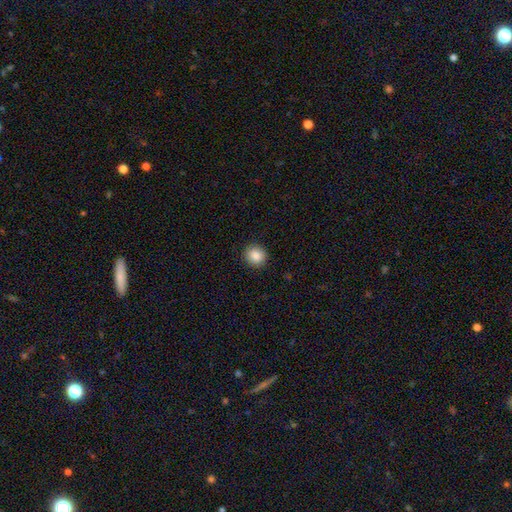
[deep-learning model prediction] Q: Smooth or featured?
A: smooth (86%); runner-up: star or artifact (8%)
Q: How rounded?
A: round (86%); runner-up: in between (13%)
Q: Merging?
A: none (91%); runner-up: minor disturbance (6%)